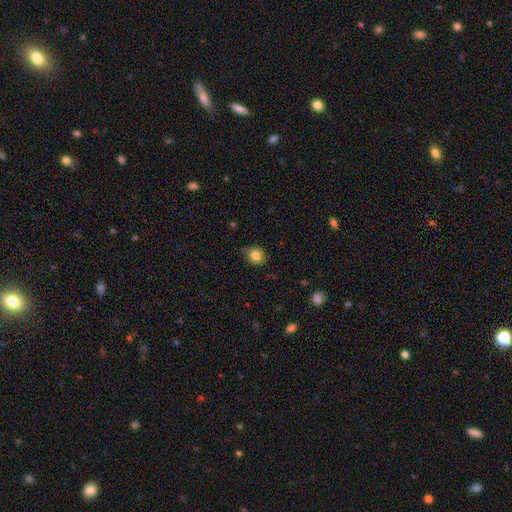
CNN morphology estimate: type=smooth (81%); roundness=round (69%); merging=none (77%).